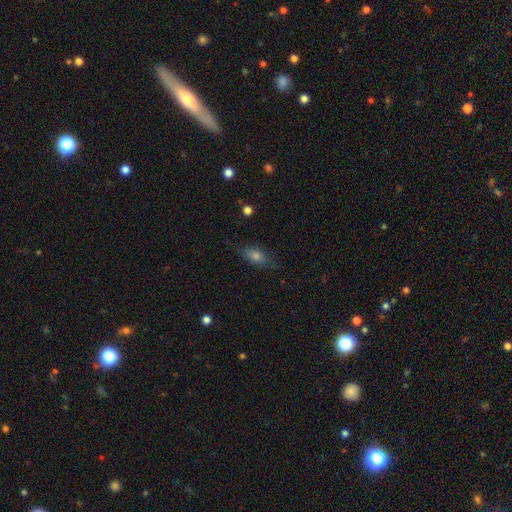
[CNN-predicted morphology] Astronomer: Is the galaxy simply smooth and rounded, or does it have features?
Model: smooth — 64%.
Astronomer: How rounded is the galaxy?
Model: in between — 75%.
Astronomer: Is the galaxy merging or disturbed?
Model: none — 74%.